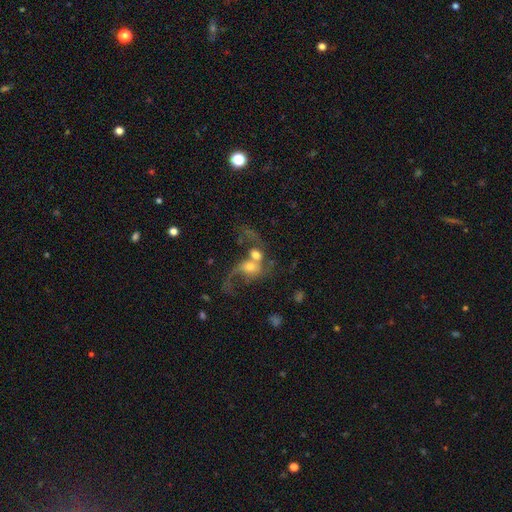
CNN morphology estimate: type=featured or disk (55%); edge-on=no (96%); bar=no (69%); spiral arms=yes (67%); bulge=moderate (50%); merging=merger (71%).